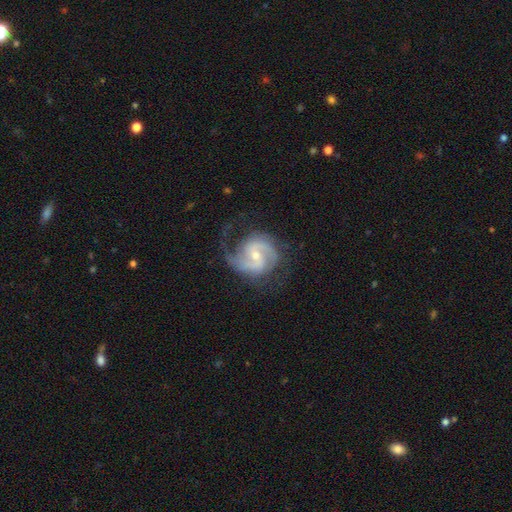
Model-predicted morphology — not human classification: Overall: featured or disk (89%). Edge-on disk: no (98%). Bar: weak (45%; no 41%). Spiral arms: yes (97%). Spiral arm count: 2 (79%). Spiral winding: medium (51%; tight 26%). Bulge size: small (53%; moderate 42%). Merging: none (61%).